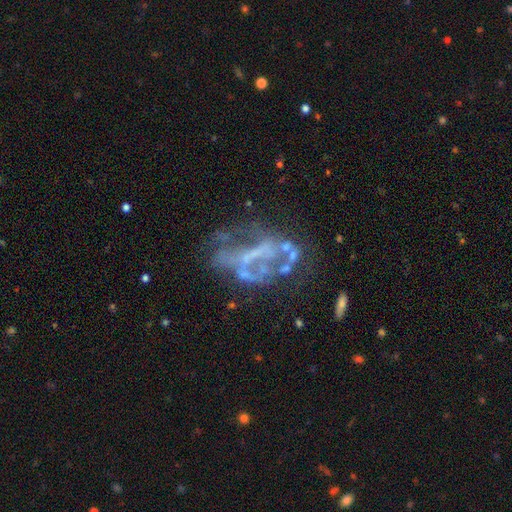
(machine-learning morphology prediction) smooth-or-featured: featured or disk: 72% | star or artifact: 16% | smooth: 12%
  disk-edge-on: no: 95% | yes: 5%
    bar: no: 61% | weak: 21% | strong: 18%
    has-spiral-arms: no: 77% | yes: 23%
    bulge-size: none: 71% | small: 18% | moderate: 9% | large: 2% | dominant: 1%
  merging: none: 42% | major disturbance: 30% | minor disturbance: 18% | merger: 10%